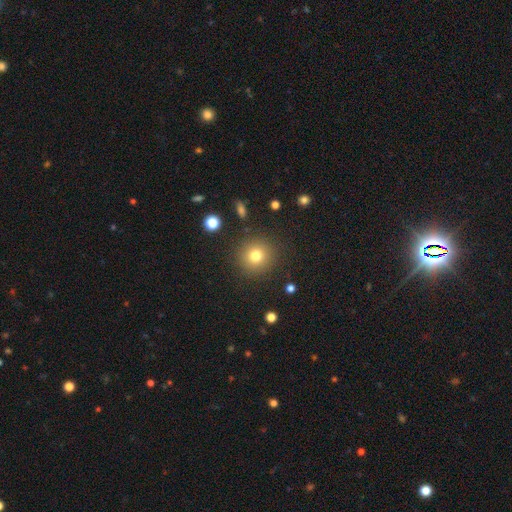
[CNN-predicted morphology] This is likely a smooth galaxy (78%). How rounded: clearly round (93%). Merging: clearly none (89%).